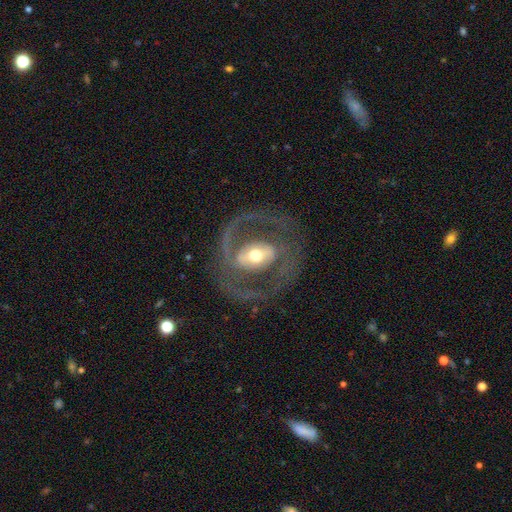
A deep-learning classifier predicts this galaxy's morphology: This appears to be a featured or disk galaxy (83%) with a strong bar (43%), 2 (82%) medium (50%) spiral arms (77%) and a moderate central bulge (65%). Merging: none (72%).